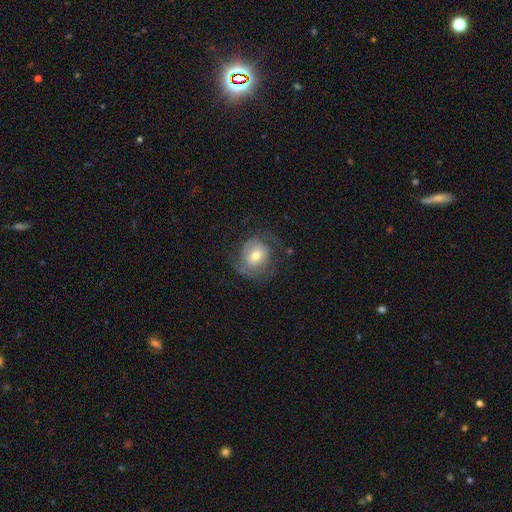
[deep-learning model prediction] featured or disk 60%, smooth 33%, star or artifact 7%. Down the decision tree: edge-on disk — no (96%); bar — no (51%); spiral arms — yes (75%); bulge size — moderate (61%); merging — none (60%).